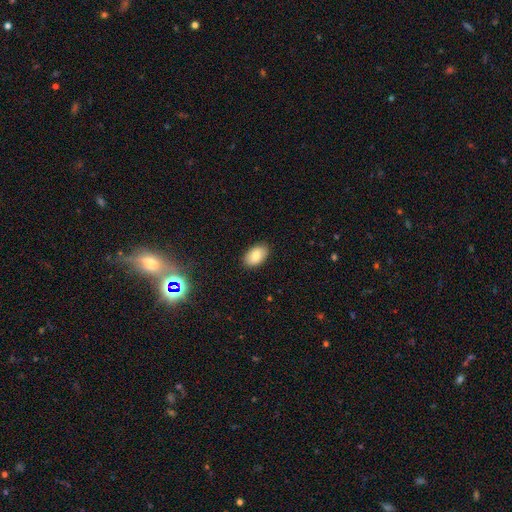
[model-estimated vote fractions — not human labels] Smooth or featured? smooth (82%)
How rounded? in between (93%)
Merging? none (88%)